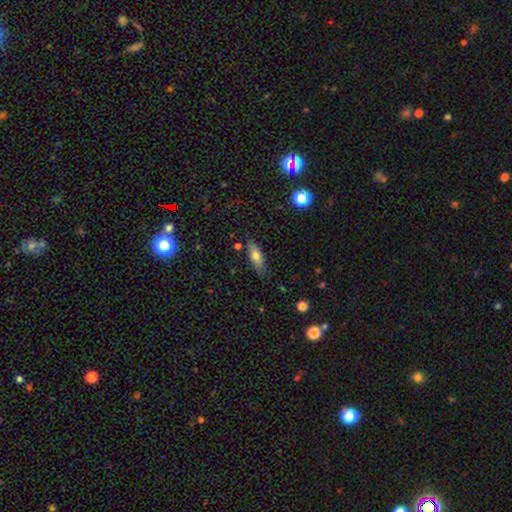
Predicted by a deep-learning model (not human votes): Smooth or featured? Predicted: smooth (p=0.70). How rounded? Predicted: in between (p=0.62). Merging? Predicted: none (p=0.79).